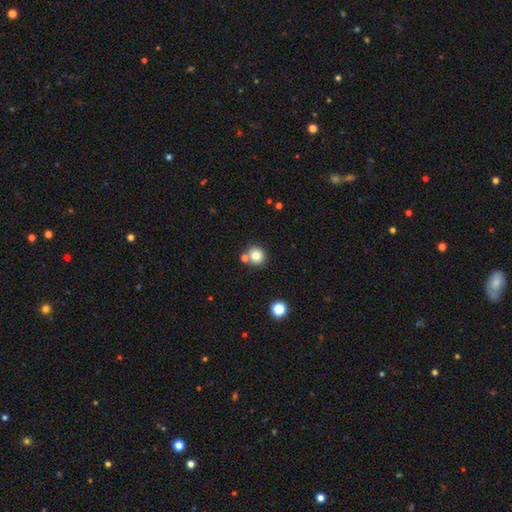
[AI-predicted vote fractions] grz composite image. It shows a smooth galaxy with no disk features (81%) that is round (89%). Merging: none (71%).